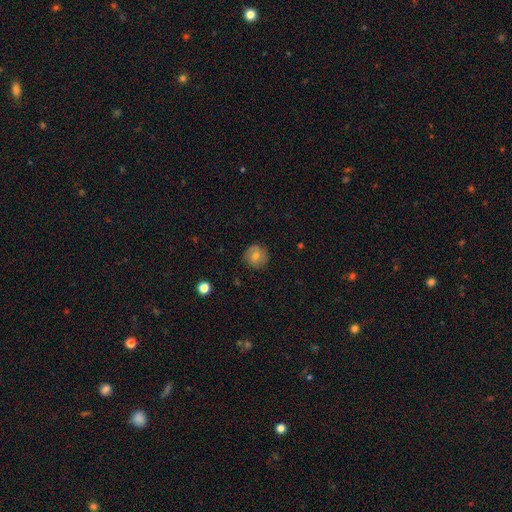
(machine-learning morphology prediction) Overall: smooth (62%; featured or disk 29%). How rounded: round (91%). Merging: none (85%).